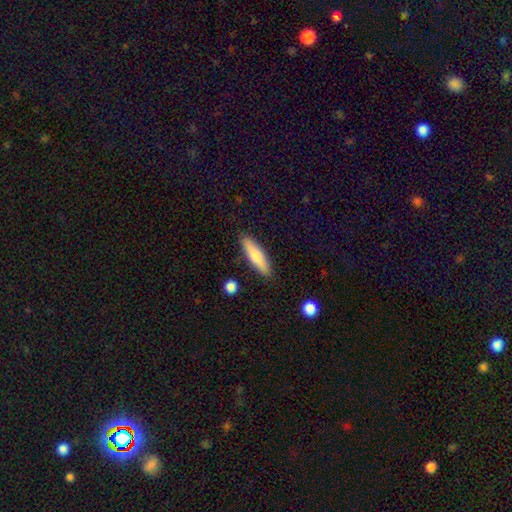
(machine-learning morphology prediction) A smooth galaxy with no disk features (74%) that is cigar-shaped (69%). Merging: none (87%).